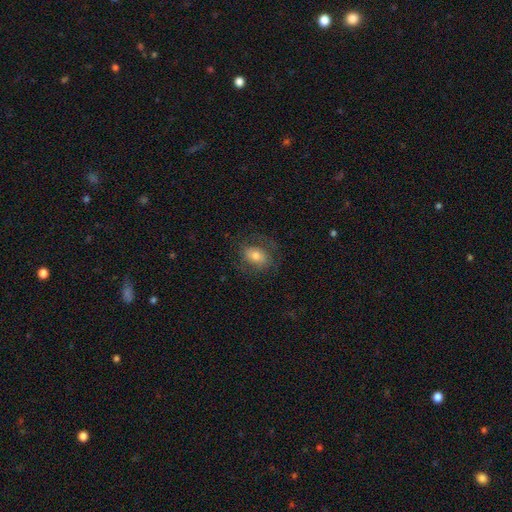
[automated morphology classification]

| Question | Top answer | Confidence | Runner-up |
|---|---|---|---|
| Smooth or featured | smooth | 62% | featured or disk (28%) |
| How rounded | in between | 71% | round (28%) |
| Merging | none | 68% | minor disturbance (17%) |